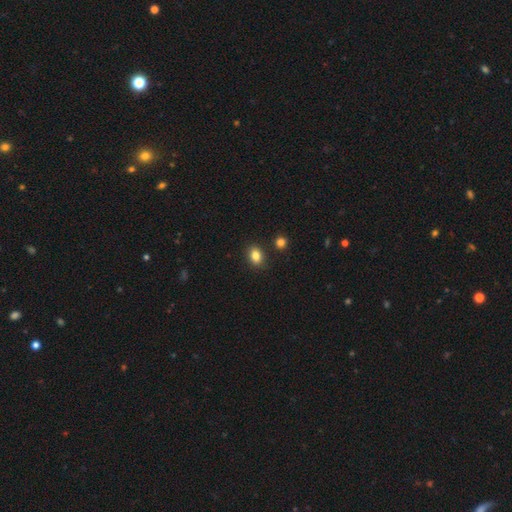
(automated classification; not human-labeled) smooth 84%, star or artifact 10%, featured or disk 6%. Down the decision tree: how rounded — in between (68%); merging — none (85%).